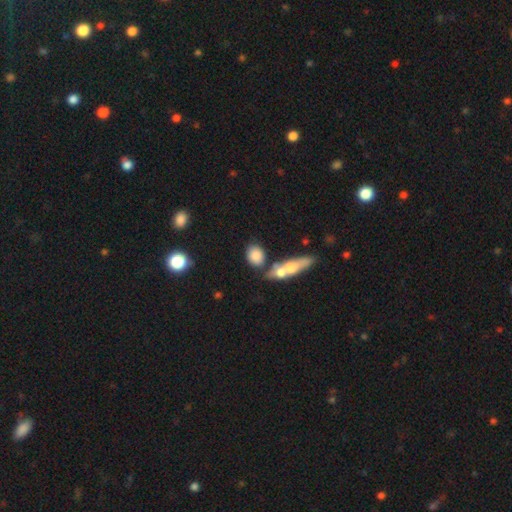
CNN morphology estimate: Smooth or featured? Predicted: smooth (p=0.81). How rounded? Predicted: in between (p=0.49). Merging? Predicted: none (p=0.60).